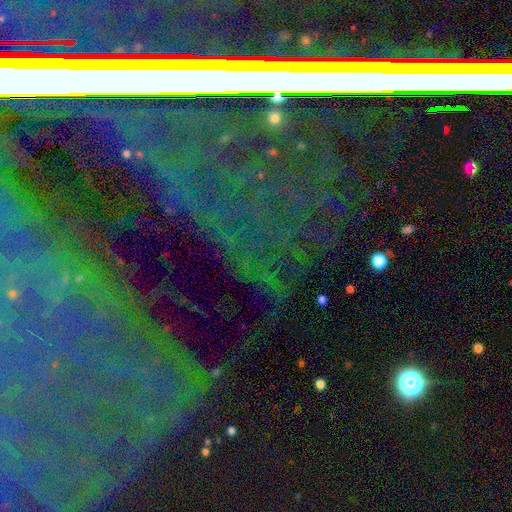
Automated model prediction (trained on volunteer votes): This appears to be a star or artifact, not a galaxy (73%).